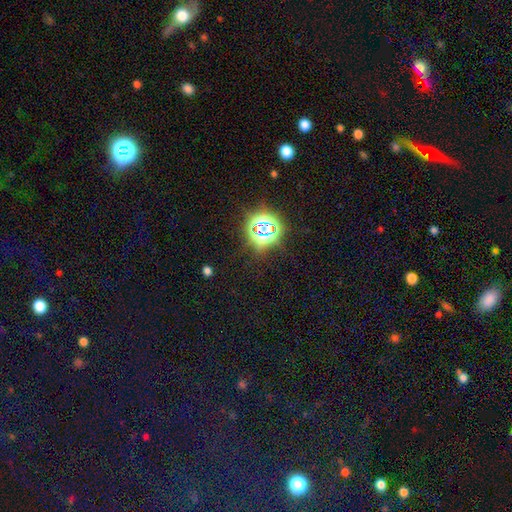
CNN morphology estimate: Overall: star or artifact (77%).